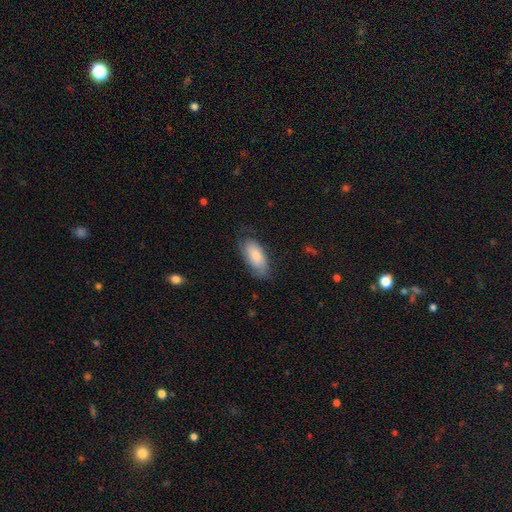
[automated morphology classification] The model was most divided on "merging": none: 66%, minor disturbance: 24%, major disturbance: 9%, merger: 1%. More confident: how rounded — in between (89%); smooth or featured — smooth (72%).